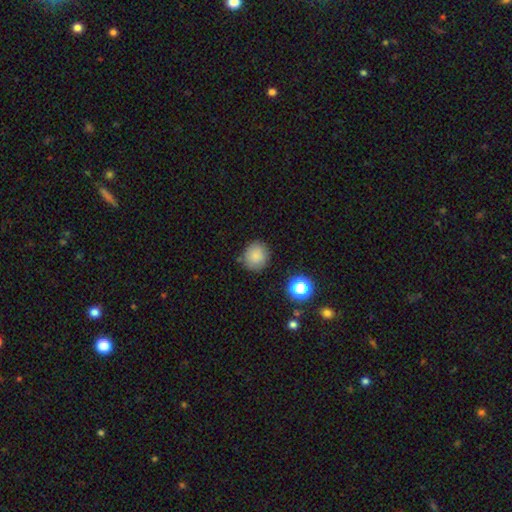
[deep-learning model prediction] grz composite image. It shows a smooth galaxy with no disk features (84%) that is round (86%). Merging: none (82%).